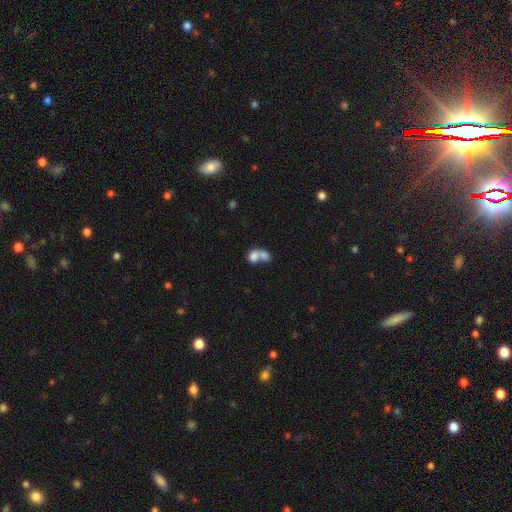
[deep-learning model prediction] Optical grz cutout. It shows a smooth galaxy with no disk features (75%) that is in between round and cigar-shaped (63%). Merging: merger (73%).